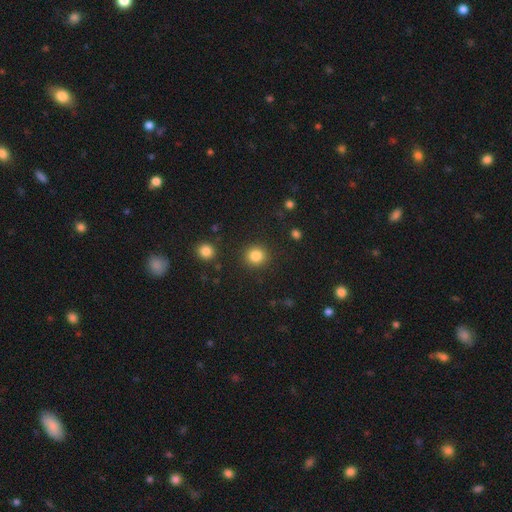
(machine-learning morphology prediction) Smooth or featured: smooth — 85% (star or artifact — 11%)
How rounded: round — 90% (in between — 9%)
Merging: none — 90% (minor disturbance — 6%)